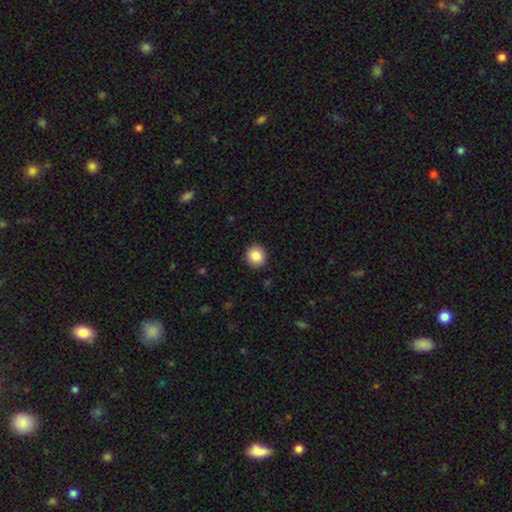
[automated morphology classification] smooth 88%, star or artifact 8%, featured or disk 4%. Down the decision tree: how rounded — round (89%); merging — none (91%).